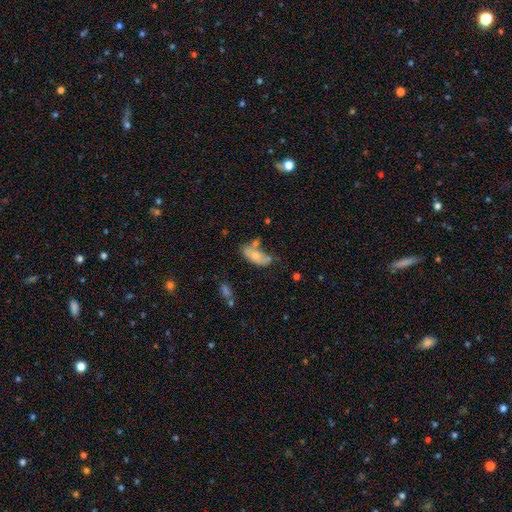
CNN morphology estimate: smooth-or-featured: smooth: 67% | featured or disk: 26% | star or artifact: 7%
  how-rounded: in between: 84% | cigar-shaped: 12% | round: 3%
  merging: none: 40% | minor disturbance: 28% | merger: 21% | major disturbance: 11%